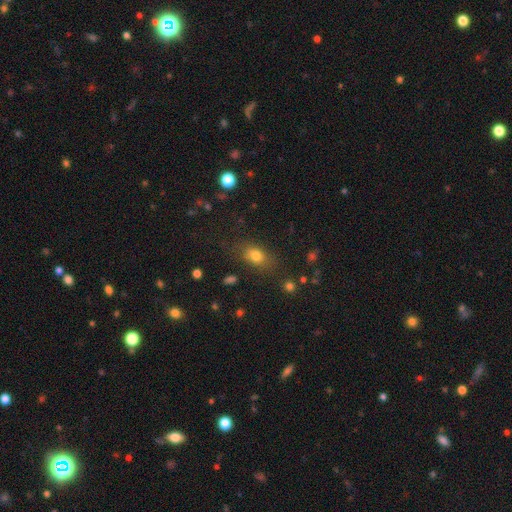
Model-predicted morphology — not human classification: Smooth or featured: smooth — 76% (star or artifact — 14%)
How rounded: in between — 72% (round — 23%)
Merging: none — 77% (minor disturbance — 15%)